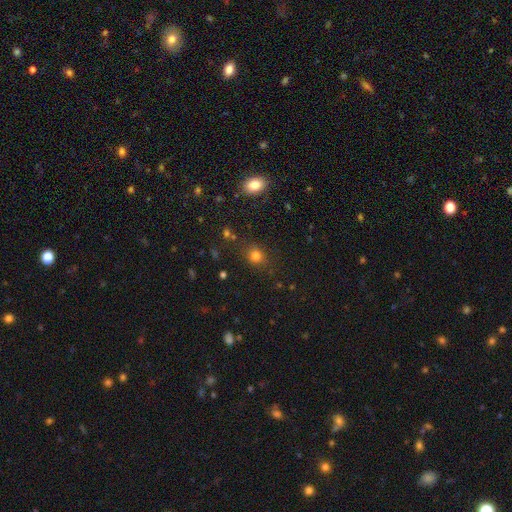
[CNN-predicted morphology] The model was most divided on "how rounded": round: 72%, in between: 27%, cigar-shaped: 1%. More confident: merging — none (82%); smooth or featured — smooth (79%).